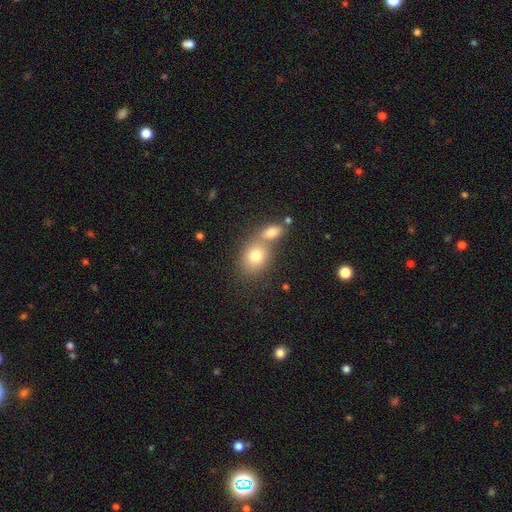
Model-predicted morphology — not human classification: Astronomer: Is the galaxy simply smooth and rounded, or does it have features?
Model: smooth — 78%.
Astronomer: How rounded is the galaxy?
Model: in between — 53% (runner-up: round, 46%).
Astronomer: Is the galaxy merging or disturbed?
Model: none — 44% (runner-up: merger, 43%).